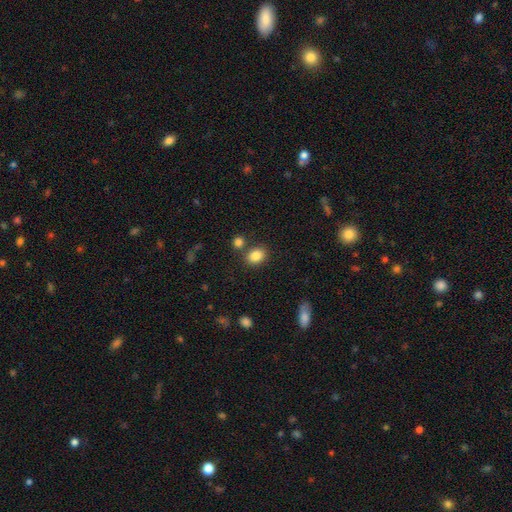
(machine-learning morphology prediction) Q: Smooth or featured?
A: smooth (85%); runner-up: star or artifact (9%)
Q: How rounded?
A: in between (61%); runner-up: round (38%)
Q: Merging?
A: none (74%); runner-up: merger (13%)